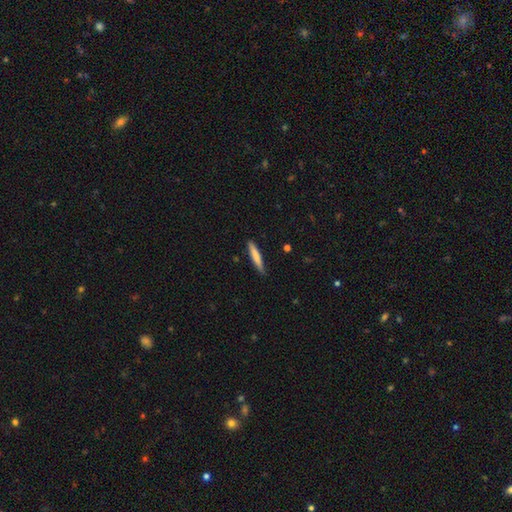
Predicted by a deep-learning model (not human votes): Morphology: type=smooth (76%); roundness=cigar-shaped (93%); merging=none (84%).